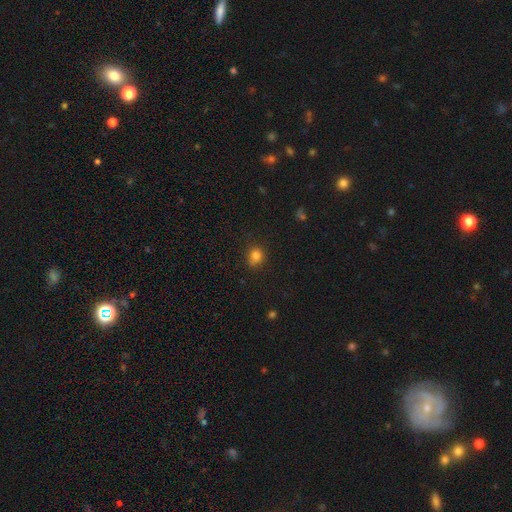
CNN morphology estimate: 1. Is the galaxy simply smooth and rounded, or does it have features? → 80% smooth, 14% star or artifact, 6% featured or disk.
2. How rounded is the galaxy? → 70% round, 29% in between, 1% cigar-shaped.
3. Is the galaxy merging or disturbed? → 64% none, 24% minor disturbance, 7% major disturbance, 5% merger.